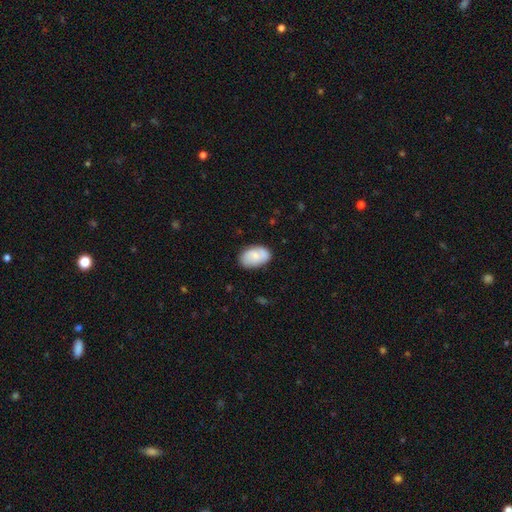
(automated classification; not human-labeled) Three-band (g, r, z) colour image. It shows a smooth galaxy with no disk features (68%) that is in between round and cigar-shaped (90%). Merging: none (77%).